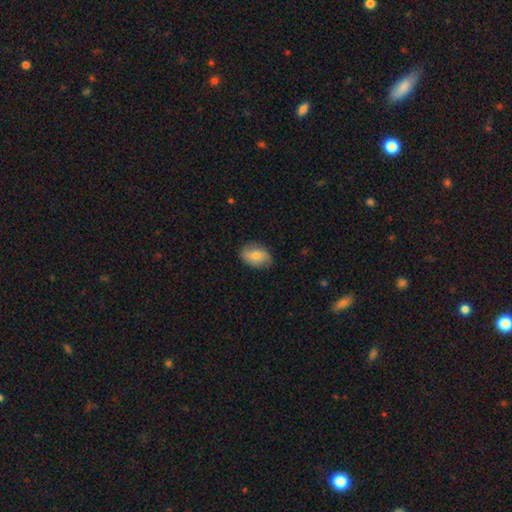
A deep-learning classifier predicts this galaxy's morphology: Q: Smooth or featured?
A: smooth (72%); runner-up: featured or disk (21%)
Q: How rounded?
A: in between (81%); runner-up: round (17%)
Q: Merging?
A: none (81%); runner-up: minor disturbance (14%)